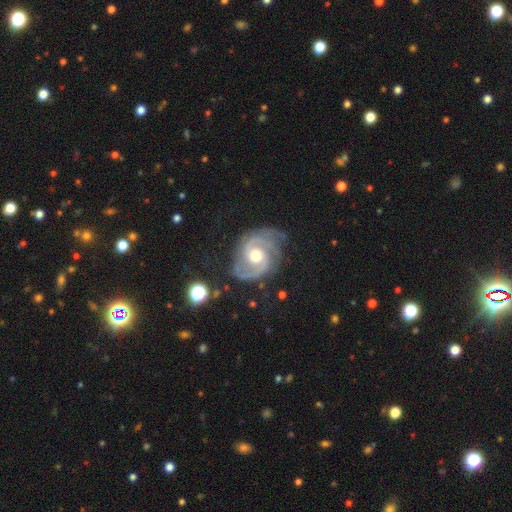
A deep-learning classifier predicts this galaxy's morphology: Q: Smooth or featured?
A: featured or disk (91%); runner-up: smooth (5%)
Q: Edge-on disk?
A: no (98%); runner-up: yes (2%)
Q: Bar?
A: no (63%); runner-up: weak (31%)
Q: Spiral arms?
A: yes (98%); runner-up: no (2%)
Q: Spiral winding?
A: medium (47%); runner-up: tight (43%)
Q: Spiral arm count?
A: 2 (81%); runner-up: 3 (7%)
Q: Bulge size?
A: moderate (63%); runner-up: large (28%)
Q: Merging?
A: none (71%); runner-up: minor disturbance (20%)